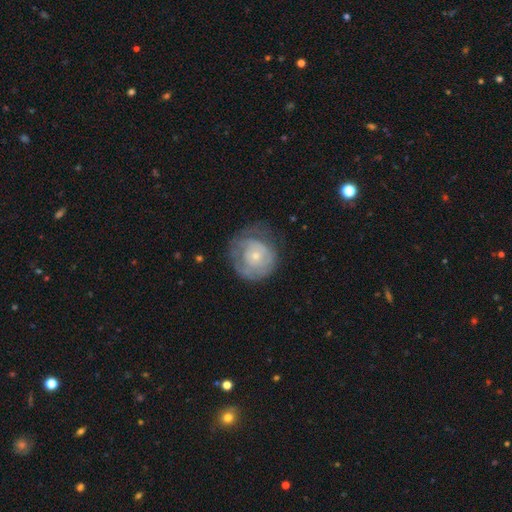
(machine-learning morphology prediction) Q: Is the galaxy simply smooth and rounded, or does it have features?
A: featured or disk — 56%.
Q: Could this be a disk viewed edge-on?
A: no — 97%.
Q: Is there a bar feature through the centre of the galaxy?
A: no — 86%.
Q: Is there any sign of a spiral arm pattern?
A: yes — 62%.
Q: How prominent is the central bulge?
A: small — 71%.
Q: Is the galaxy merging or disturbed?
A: none — 51%.